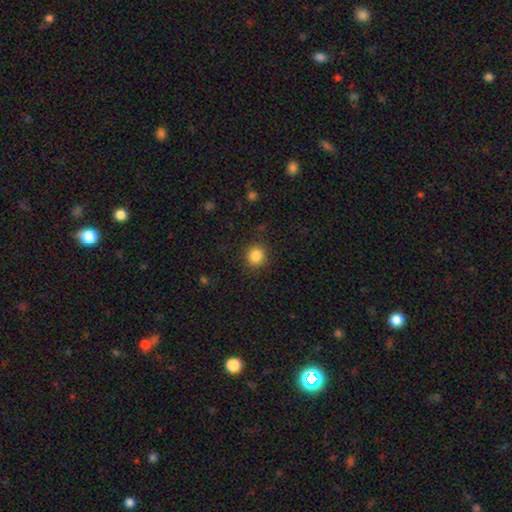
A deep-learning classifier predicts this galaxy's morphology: smooth 86%, star or artifact 11%, featured or disk 4%. Down the decision tree: how rounded — round (90%); merging — none (89%).